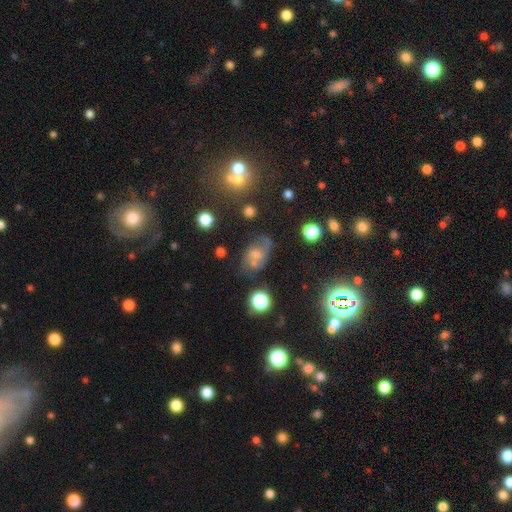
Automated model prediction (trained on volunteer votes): Morphology: type=featured or disk (42%); merging=none (42%).